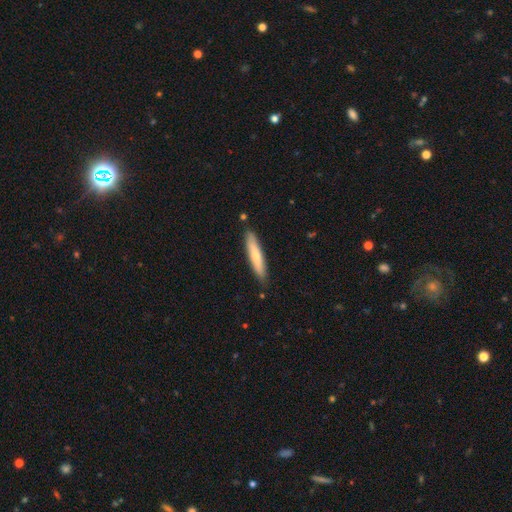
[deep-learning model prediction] Smooth or featured? Predicted: smooth (p=0.65). How rounded? Predicted: cigar-shaped (p=0.88). Merging? Predicted: none (p=0.85).